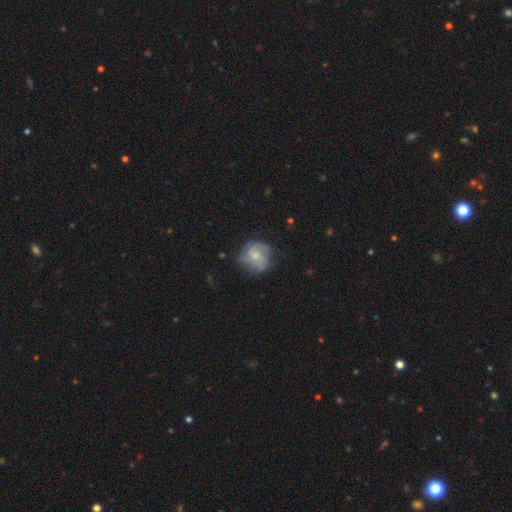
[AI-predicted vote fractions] A featured or disk galaxy (48%). Merging: none (62%).